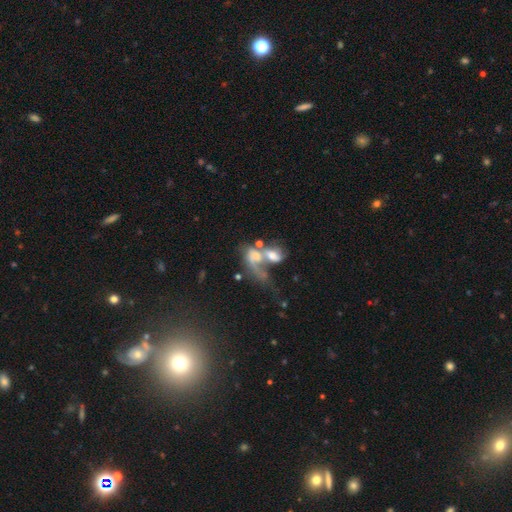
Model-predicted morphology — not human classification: This appears to be a featured or disk galaxy (53%) with no bar (69%), spiral arms (54%) and a moderate central bulge (35%). Merging: merger (64%).